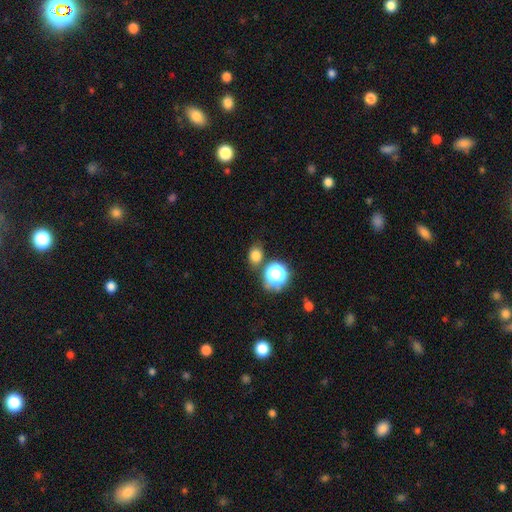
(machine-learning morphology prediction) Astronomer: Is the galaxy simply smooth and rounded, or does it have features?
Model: smooth — 76%.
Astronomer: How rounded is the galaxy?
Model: round — 56% (runner-up: in between, 43%).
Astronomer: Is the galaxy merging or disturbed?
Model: none — 75%.